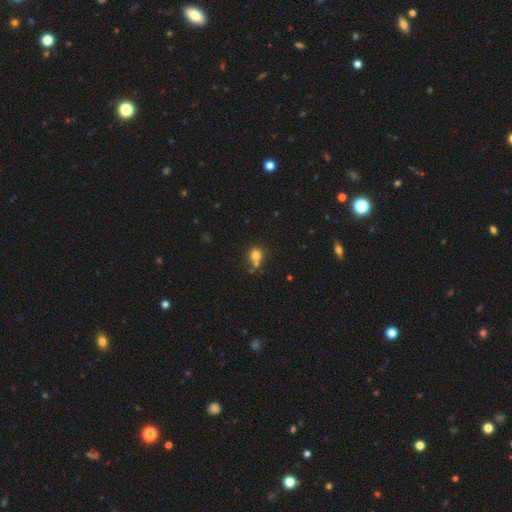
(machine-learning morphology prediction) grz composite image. It shows a smooth galaxy with no disk features (77%) that is round (81%). Merging: none (50%).